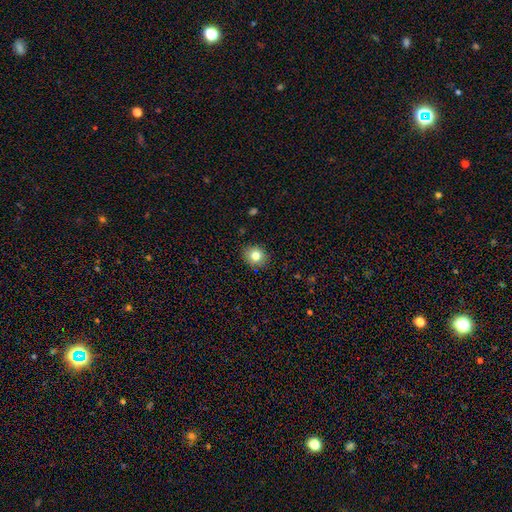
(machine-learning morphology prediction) This appears to be a smooth galaxy with no disk features (80%) that is round (74%). Merging: none (89%).